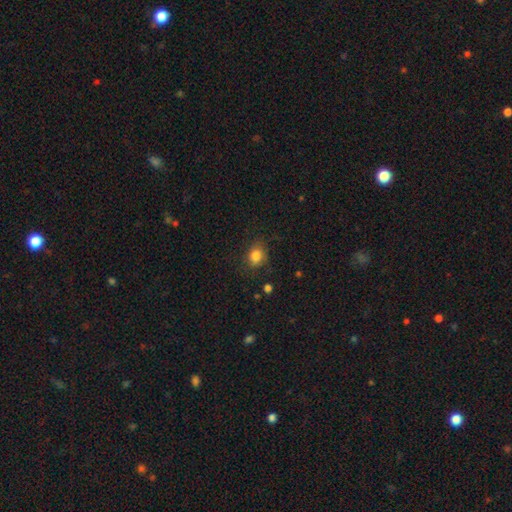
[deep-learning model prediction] Smooth or featured? Predicted: smooth (p=0.82). How rounded? Predicted: round (p=0.53). Merging? Predicted: none (p=0.71).